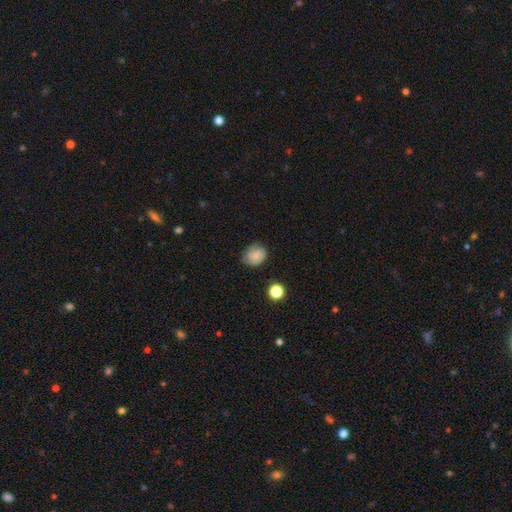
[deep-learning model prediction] The model was most divided on "how rounded": round: 58%, in between: 41%, cigar-shaped: 1%. More confident: smooth or featured — smooth (67%); merging — none (67%).